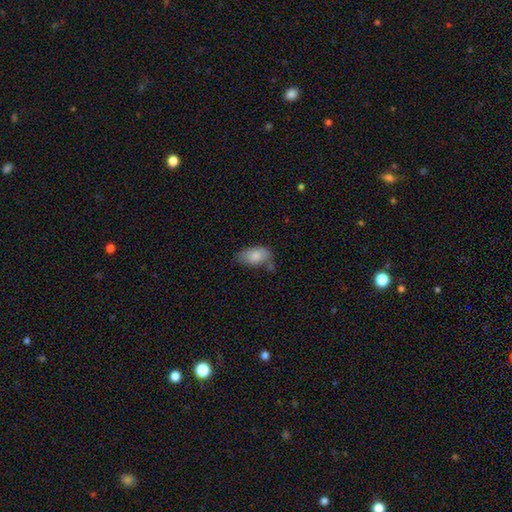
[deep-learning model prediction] smooth_or_featured: smooth (p=0.82) [alt: featured or disk p=0.11]
how_rounded: in between (p=0.93) [alt: round p=0.05]
merging: none (p=0.52) [alt: minor disturbance p=0.31]